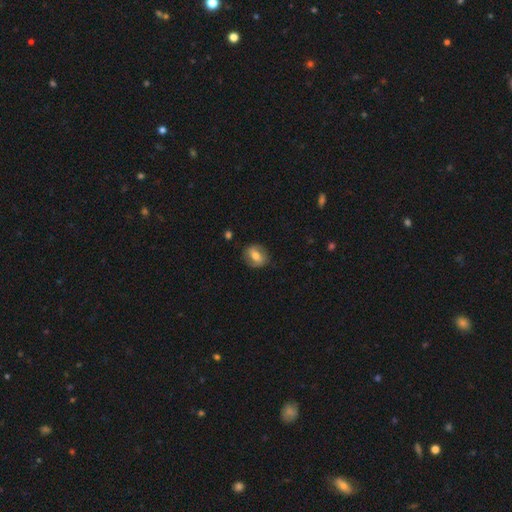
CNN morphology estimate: Q: Smooth or featured?
A: smooth (56%); runner-up: featured or disk (36%)
Q: How rounded?
A: round (51%); runner-up: in between (47%)
Q: Merging?
A: none (80%); runner-up: minor disturbance (14%)